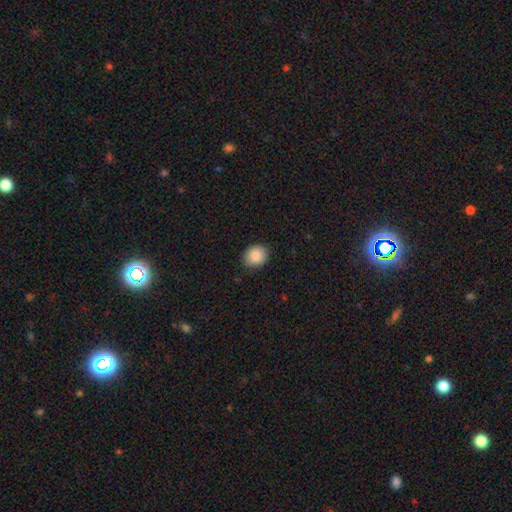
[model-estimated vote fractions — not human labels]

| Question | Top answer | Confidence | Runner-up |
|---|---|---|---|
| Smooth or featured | smooth | 88% | star or artifact (8%) |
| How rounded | round | 62% | in between (37%) |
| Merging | none | 86% | minor disturbance (11%) |